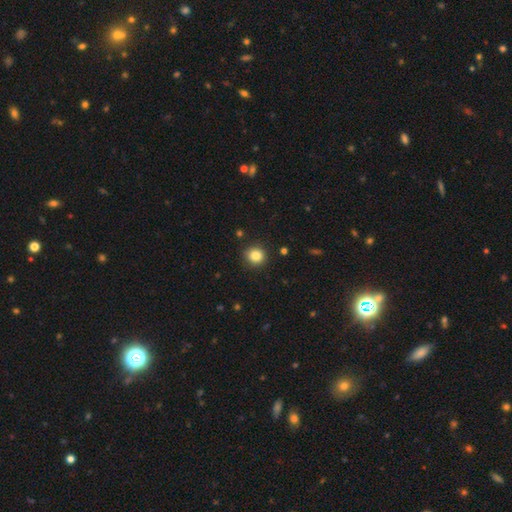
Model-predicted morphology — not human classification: This appears to be a smooth galaxy with no disk features (84%) that is round (89%). Merging: none (90%).